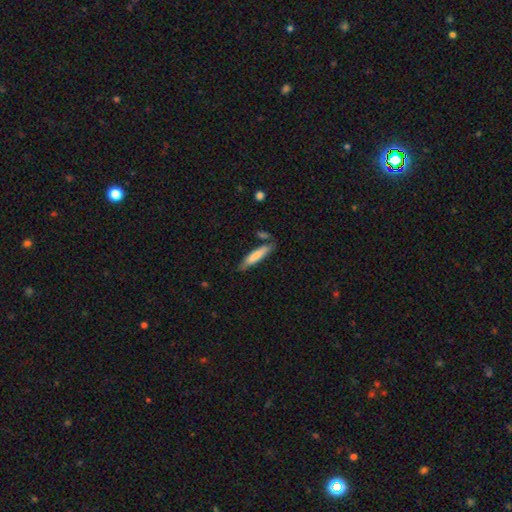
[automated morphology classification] This appears to be a smooth galaxy with no disk features (77%) that is cigar-shaped (82%). Merging: none (74%).